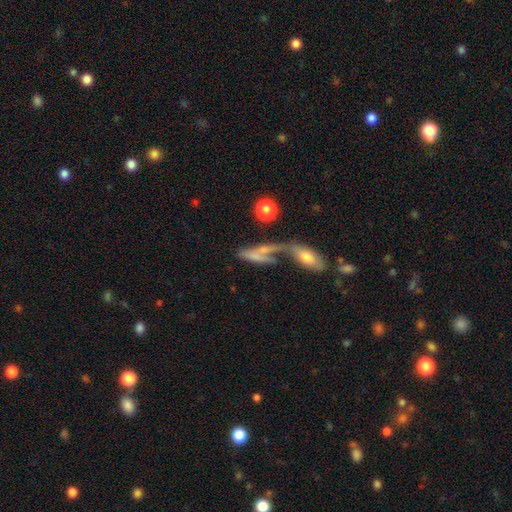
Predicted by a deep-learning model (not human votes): smooth 58%, featured or disk 32%, star or artifact 10%. Down the decision tree: how rounded — cigar-shaped (51%); merging — merger (53%).